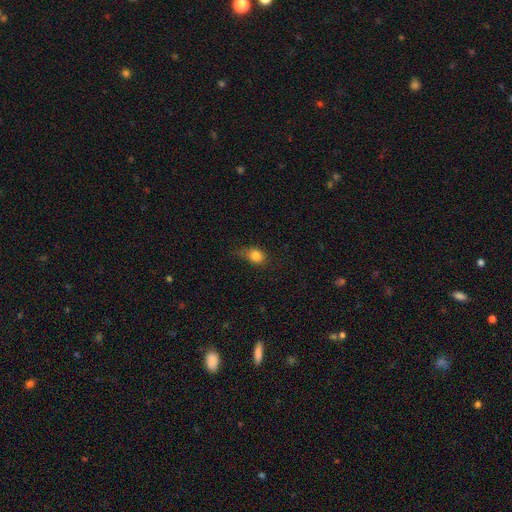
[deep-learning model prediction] Smooth or featured? Predicted: smooth (p=0.82). How rounded? Predicted: round (p=0.54). Merging? Predicted: none (p=0.54).